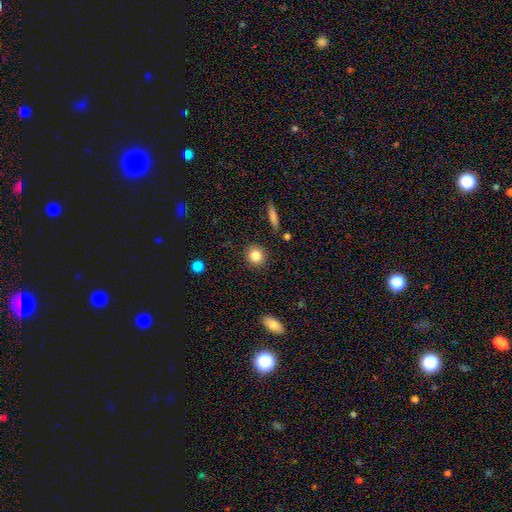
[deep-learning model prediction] This appears to be a smooth galaxy with no disk features (84%) that is round (85%). Merging: none (90%).